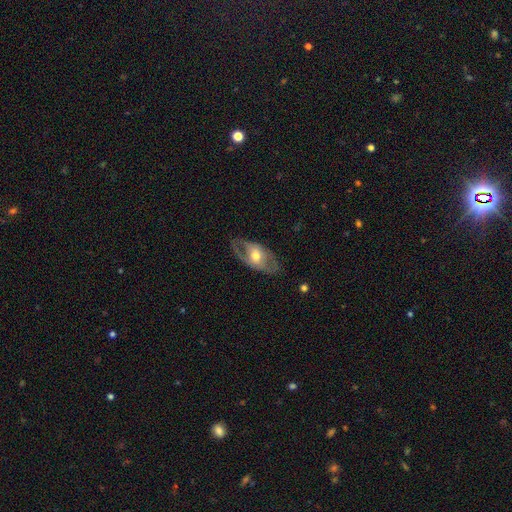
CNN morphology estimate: A featured or disk galaxy (69%) with no bar (52%), spiral arms (62%) and a moderate central bulge (69%). Merging: none (72%).